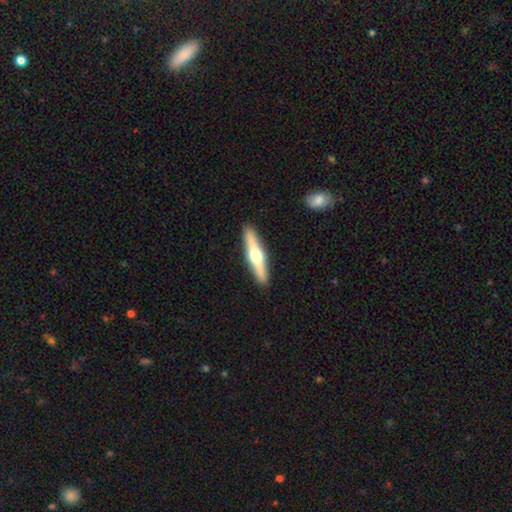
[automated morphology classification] A featured or disk galaxy (65%) viewed edge-on (96%) with a rounded central bulge (95%).

Vote fractions:
- Smooth or featured? featured or disk: 65% / smooth: 31% / star or artifact: 5%
- Edge-on disk? yes: 96% / no: 4%
- Edge-on bulge? rounded: 95% / none: 2% / boxy: 2%
- Merging? none: 92% / minor disturbance: 6% / major disturbance: 1% / merger: 1%